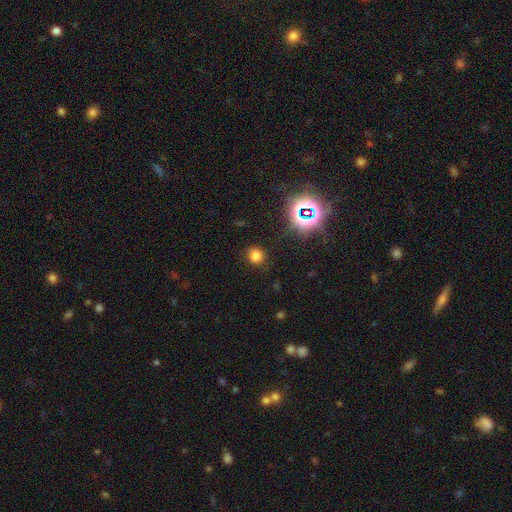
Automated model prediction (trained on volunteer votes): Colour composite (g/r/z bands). It shows a smooth galaxy with no disk features (72%) that is round (81%). Merging: none (85%).